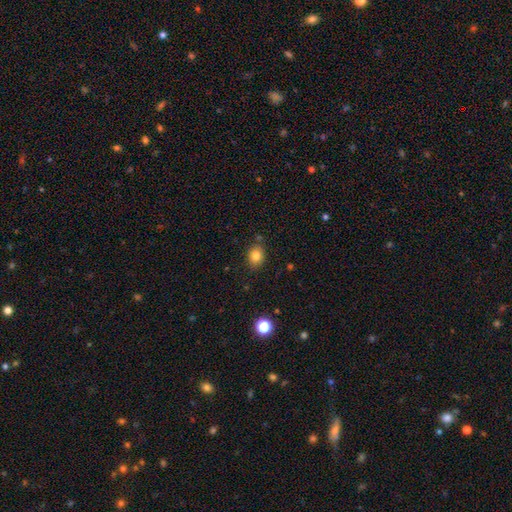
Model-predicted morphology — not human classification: smooth 83%, star or artifact 11%, featured or disk 6%. Down the decision tree: how rounded — round (54%); merging — none (83%).